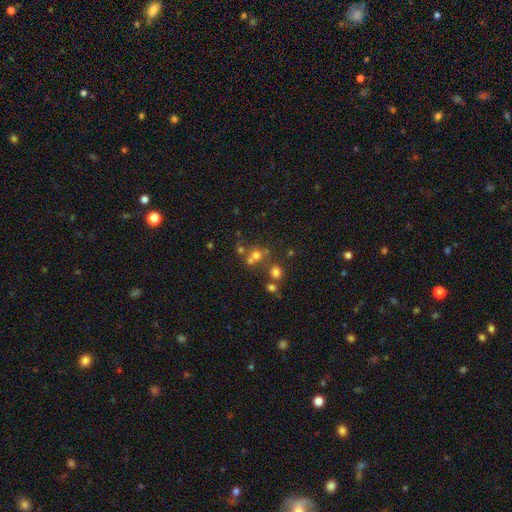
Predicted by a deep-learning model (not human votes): smooth_or_featured: smooth (p=0.58) [alt: star or artifact p=0.24]
how_rounded: round (p=0.82) [alt: in between p=0.17]
merging: none (p=0.50) [alt: merger p=0.36]